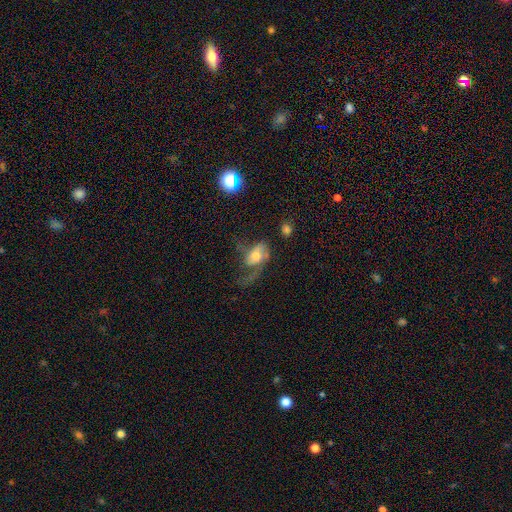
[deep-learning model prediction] smooth_or_featured: featured or disk (p=0.48) [alt: smooth p=0.43]
merging: major disturbance (p=0.55) [alt: none p=0.22]